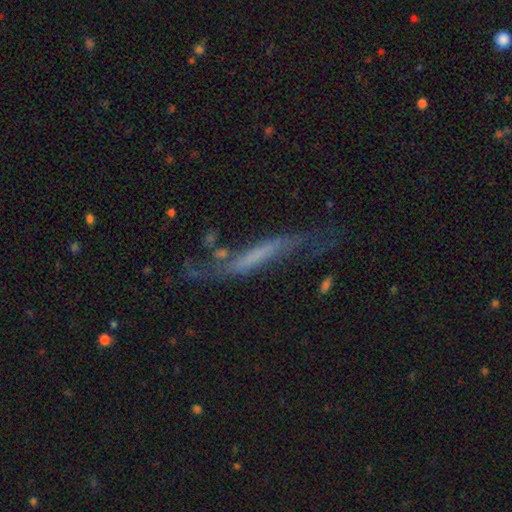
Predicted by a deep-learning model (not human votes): A featured or disk galaxy (58%) viewed edge-on (55%).

Vote fractions:
- Smooth or featured? featured or disk: 58% / smooth: 31% / star or artifact: 11%
- Edge-on disk? yes: 55% / no: 45%
- Merging? none: 43% / minor disturbance: 25% / major disturbance: 24% / merger: 8%